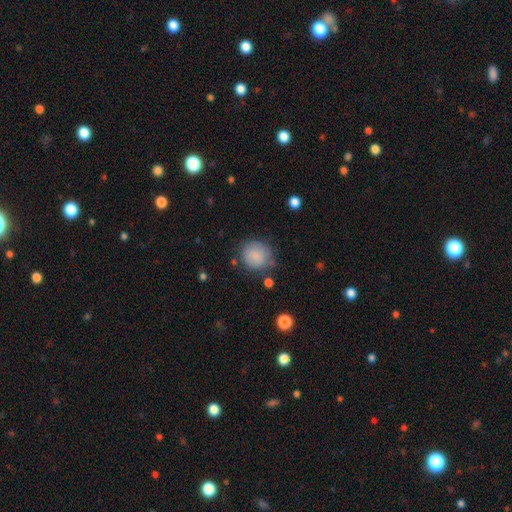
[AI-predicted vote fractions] Morphology: type=smooth (85%); roundness=round (78%); merging=none (70%).